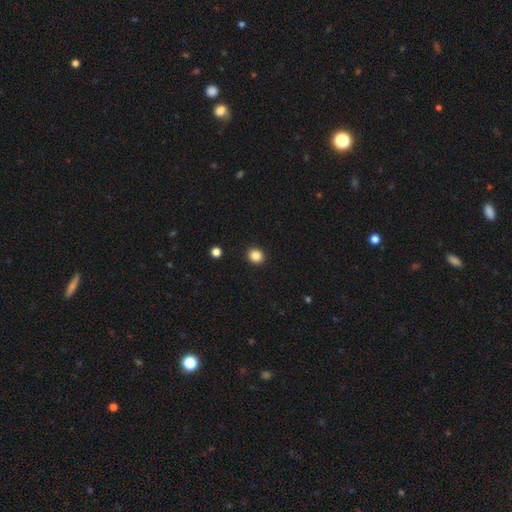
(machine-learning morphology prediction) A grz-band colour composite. It shows a smooth galaxy with no disk features (85%) that is round (85%). Merging: none (93%).